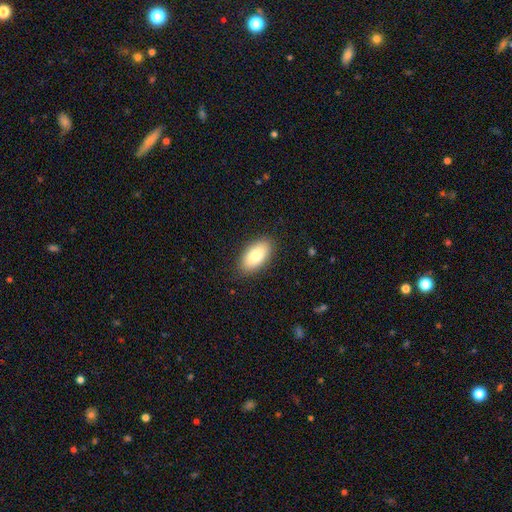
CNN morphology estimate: smooth_or_featured: smooth (p=0.80) [alt: featured or disk p=0.13]
how_rounded: in between (p=0.93) [alt: cigar-shaped p=0.04]
merging: none (p=0.87) [alt: minor disturbance p=0.09]